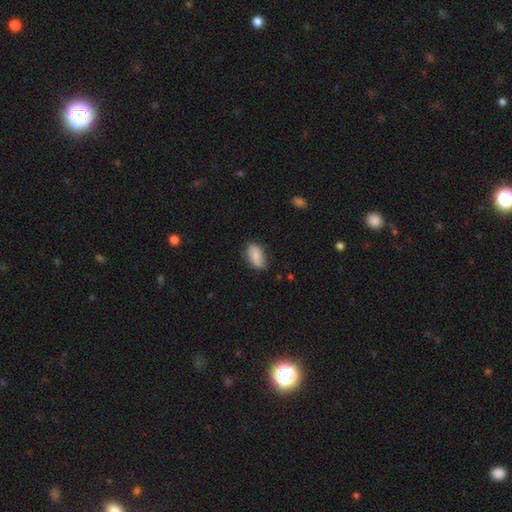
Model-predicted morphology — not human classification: smooth-or-featured: smooth: 78% | featured or disk: 15% | star or artifact: 7%
  how-rounded: in between: 92% | round: 4% | cigar-shaped: 4%
  merging: none: 75% | minor disturbance: 20% | major disturbance: 4% | merger: 1%